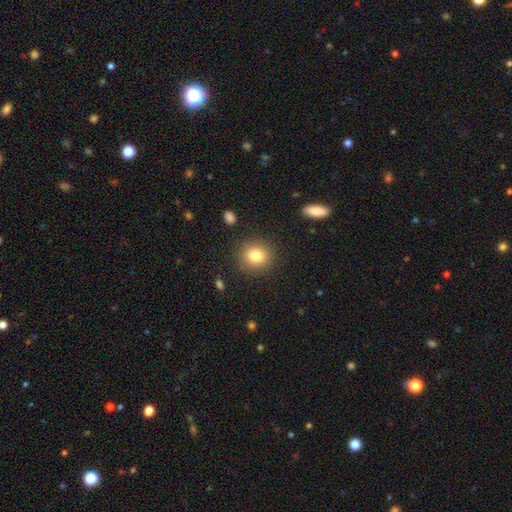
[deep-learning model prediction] Q: Smooth or featured?
A: smooth (81%); runner-up: star or artifact (11%)
Q: How rounded?
A: round (86%); runner-up: in between (13%)
Q: Merging?
A: none (88%); runner-up: minor disturbance (8%)